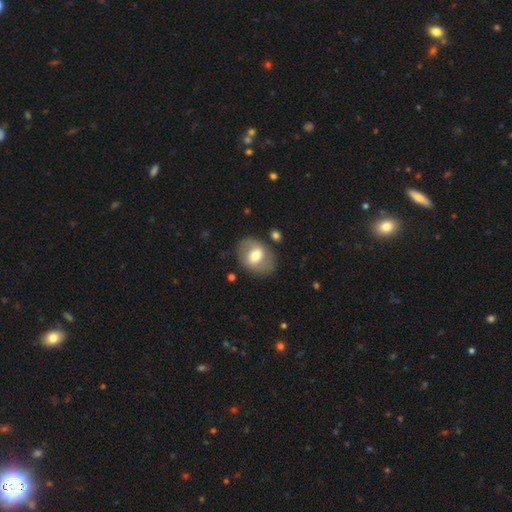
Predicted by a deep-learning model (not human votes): This appears to be a smooth galaxy with no disk features (53%) that is in between round and cigar-shaped (67%). Merging: none (77%).